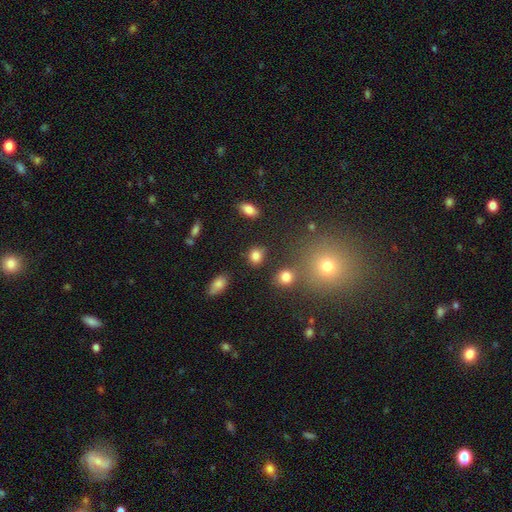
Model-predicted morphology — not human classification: Smooth or featured? Predicted: smooth (p=0.82). How rounded? Predicted: round (p=0.60). Merging? Predicted: none (p=0.77).